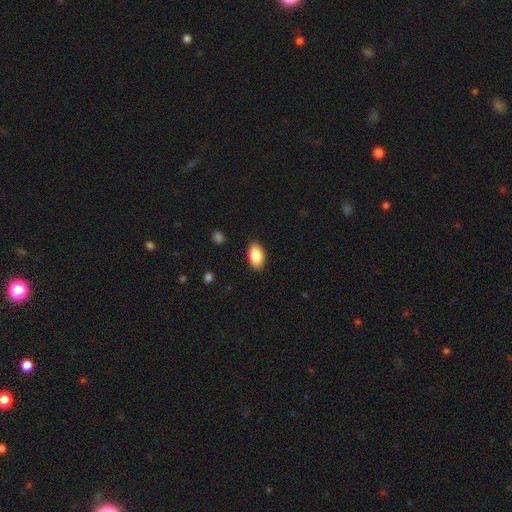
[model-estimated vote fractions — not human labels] This is clearly a smooth galaxy (87%). How rounded: clearly in between (92%). Merging: clearly none (88%).